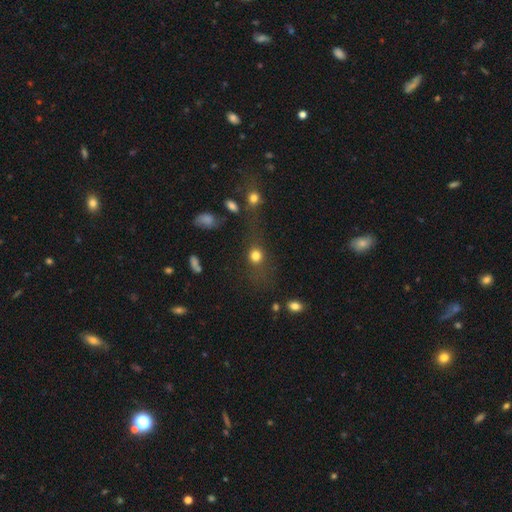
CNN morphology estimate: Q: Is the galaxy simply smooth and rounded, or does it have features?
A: smooth — 75%.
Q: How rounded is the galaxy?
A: round — 76%.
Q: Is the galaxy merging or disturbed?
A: none — 54%.